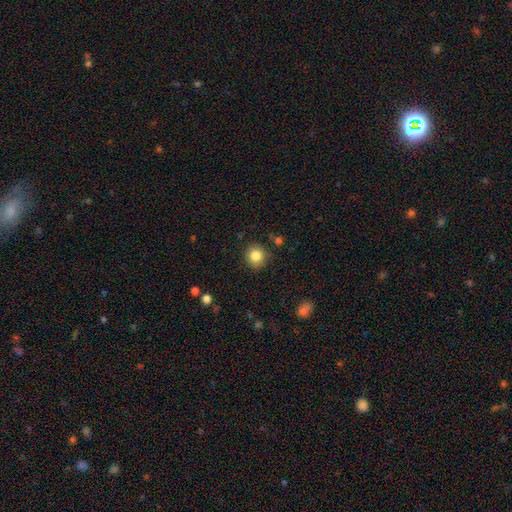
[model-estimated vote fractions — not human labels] Smooth or featured: smooth — 84% (star or artifact — 10%)
How rounded: round — 91% (in between — 8%)
Merging: none — 88% (minor disturbance — 8%)